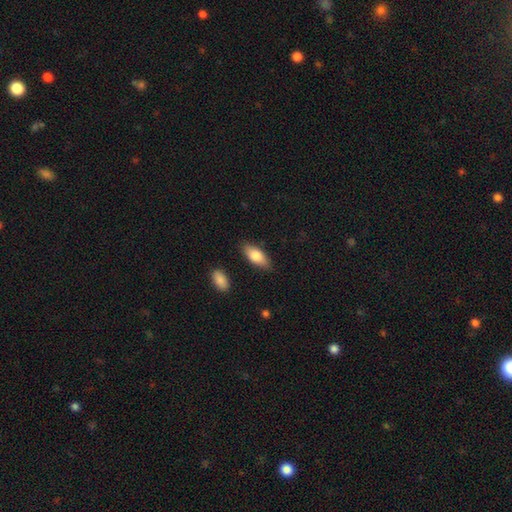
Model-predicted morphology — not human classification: smooth_or_featured: smooth (p=0.79) [alt: featured or disk p=0.16]
how_rounded: in between (p=0.82) [alt: cigar-shaped p=0.16]
merging: none (p=0.84) [alt: minor disturbance p=0.11]